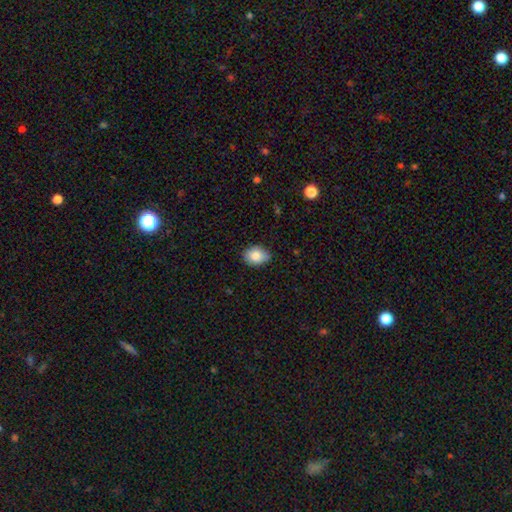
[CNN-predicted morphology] Smooth or featured? Predicted: smooth (p=0.84). How rounded? Predicted: in between (p=0.61). Merging? Predicted: none (p=0.77).